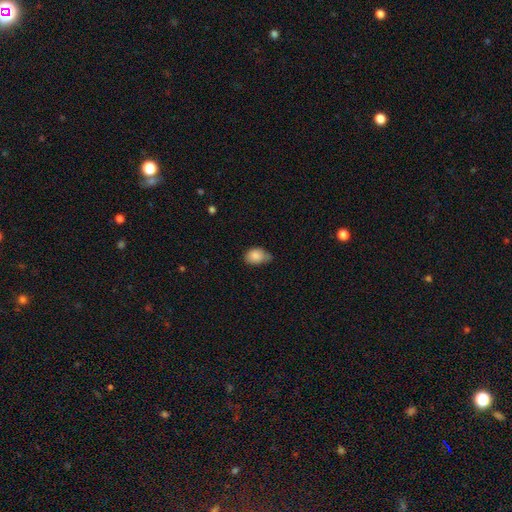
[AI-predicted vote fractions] smooth_or_featured: smooth (p=0.85) [alt: star or artifact p=0.08]
how_rounded: in between (p=0.77) [alt: round p=0.22]
merging: none (p=0.46) [alt: minor disturbance p=0.43]